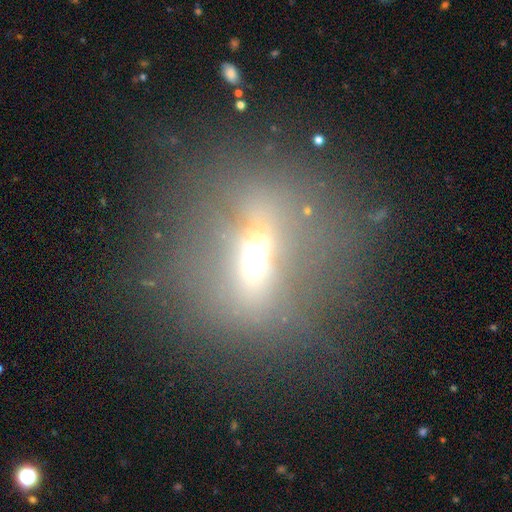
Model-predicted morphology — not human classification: featured or disk 39%, smooth 37%, star or artifact 24%. Down the decision tree: merging — none (65%).